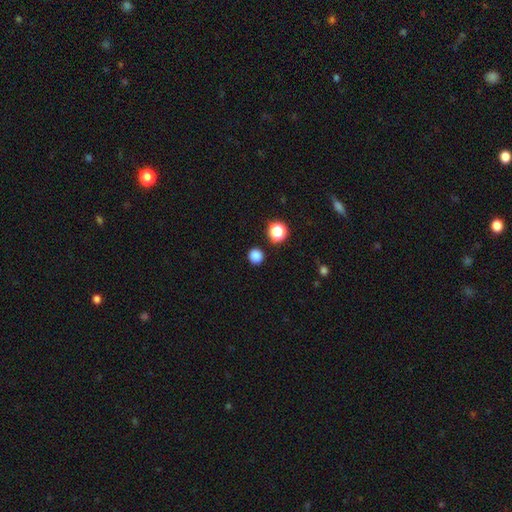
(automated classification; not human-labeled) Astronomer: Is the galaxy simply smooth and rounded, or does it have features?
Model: smooth — 83%.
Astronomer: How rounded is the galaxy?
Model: round — 92%.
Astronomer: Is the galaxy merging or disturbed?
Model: none — 90%.